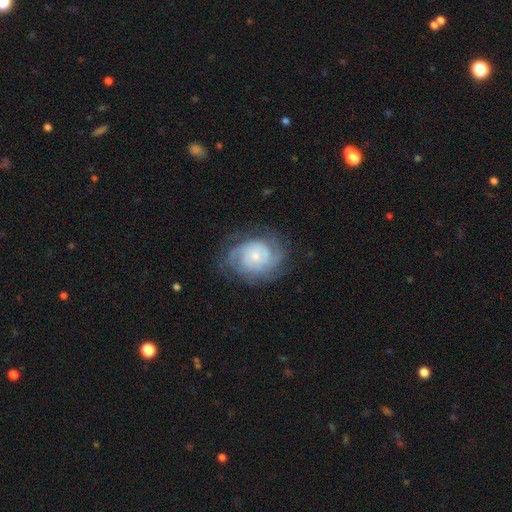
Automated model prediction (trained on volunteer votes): Overall: featured or disk (82%). Edge-on disk: no (98%). Bar: no (73%). Spiral arms: yes (96%). Spiral arm count: 2 (29%; can't tell 28%). Spiral winding: tight (67%). Bulge size: small (64%; moderate 29%). Merging: none (73%).